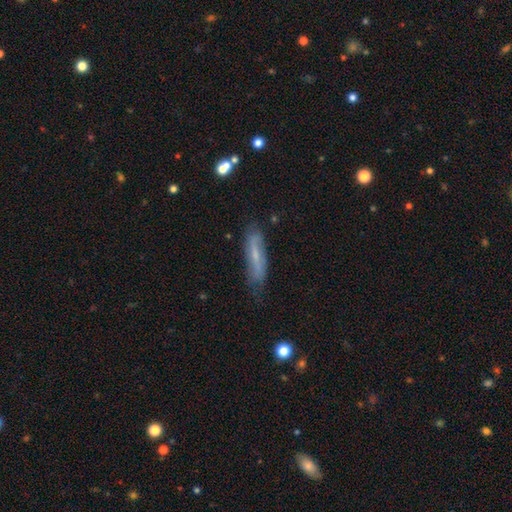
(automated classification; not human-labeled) Overall: smooth (49%; featured or disk 43%). Merging: none (71%).